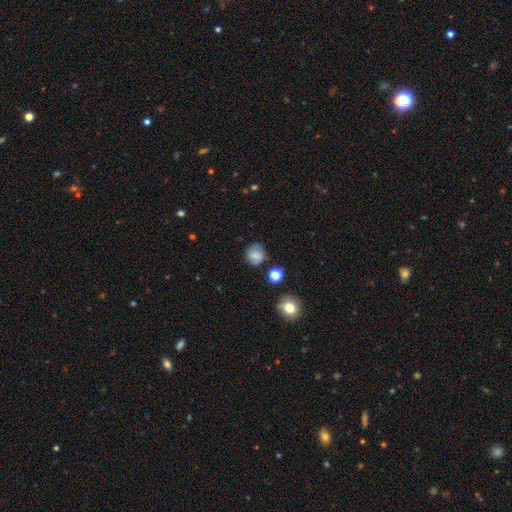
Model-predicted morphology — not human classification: A smooth galaxy with no disk features (67%) that is round (83%). Merging: none (75%).